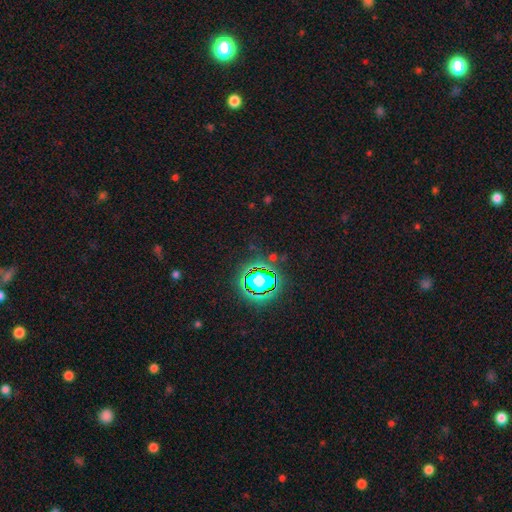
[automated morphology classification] The model was most divided on "smooth or featured": star or artifact: 77%, smooth: 15%, featured or disk: 8%.